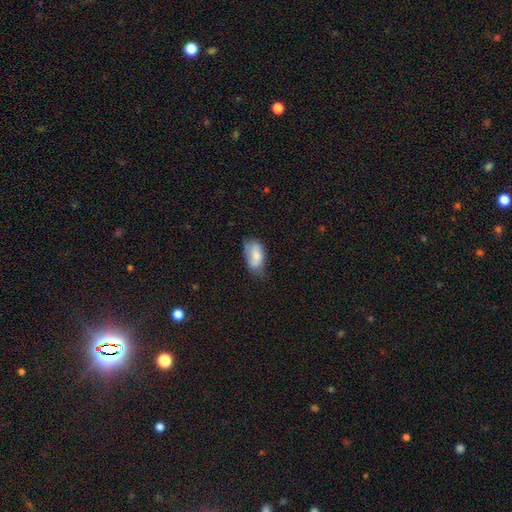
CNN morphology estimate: type=smooth (72%); roundness=in between (93%); merging=none (48%).